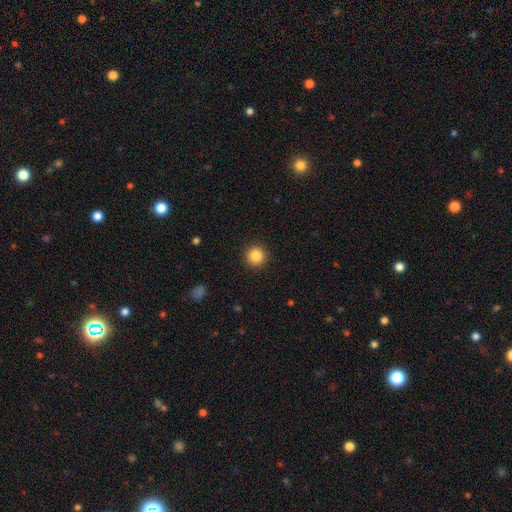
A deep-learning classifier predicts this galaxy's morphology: This is clearly a smooth galaxy (87%). How rounded: clearly round (95%). Merging: clearly none (92%).